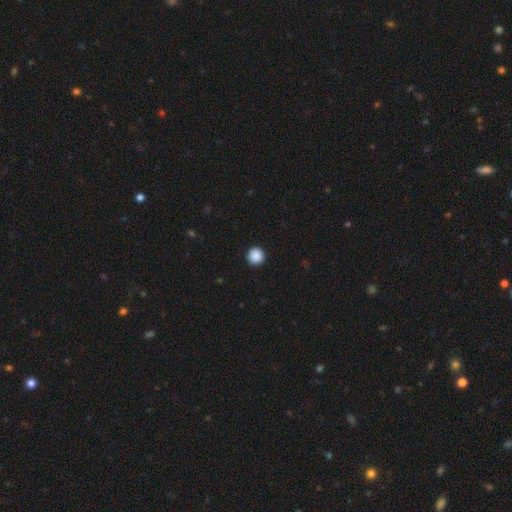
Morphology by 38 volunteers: Q: Smooth or featured?
A: smooth (95%); runner-up: star or artifact (5%)
Q: How rounded?
A: round (100%)
Q: Merging?
A: none (97%); runner-up: minor disturbance (3%)